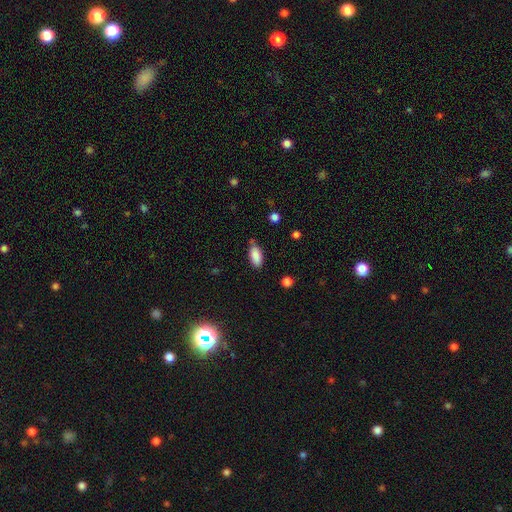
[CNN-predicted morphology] Smooth or featured: smooth — 87% (star or artifact — 7%)
How rounded: in between — 90% (cigar-shaped — 8%)
Merging: none — 74% (minor disturbance — 19%)